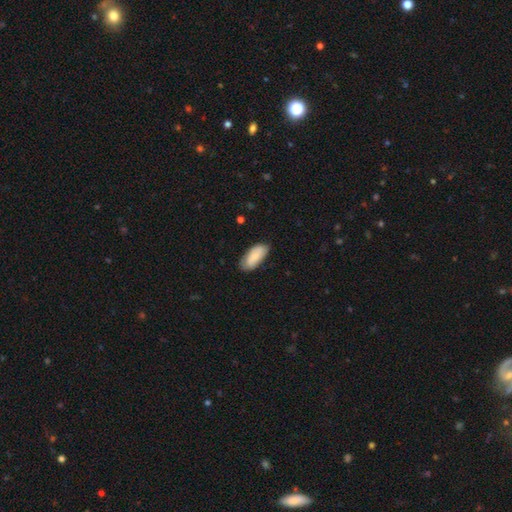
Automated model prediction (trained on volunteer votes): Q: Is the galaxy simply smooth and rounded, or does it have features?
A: smooth — 83%.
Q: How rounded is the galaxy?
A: in between — 90%.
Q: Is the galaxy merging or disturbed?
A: none — 76%.